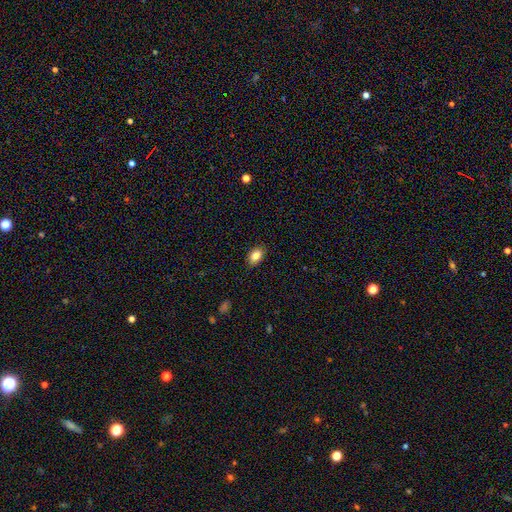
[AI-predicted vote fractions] Overall: smooth (85%). How rounded: in between (86%). Merging: none (88%).